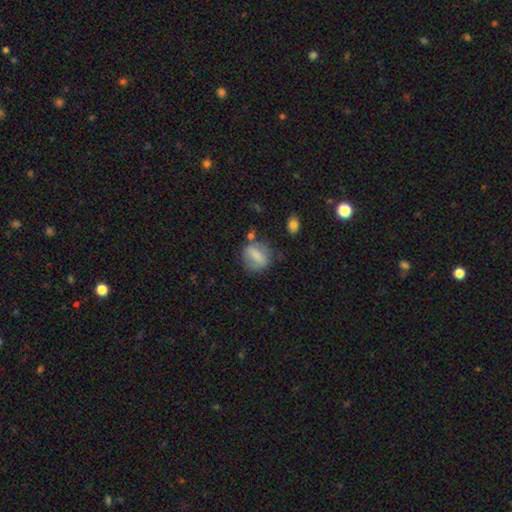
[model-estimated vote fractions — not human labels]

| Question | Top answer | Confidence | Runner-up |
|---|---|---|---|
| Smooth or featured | smooth | 66% | featured or disk (24%) |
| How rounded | in between | 52% | round (40%) |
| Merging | none | 61% | minor disturbance (22%) |